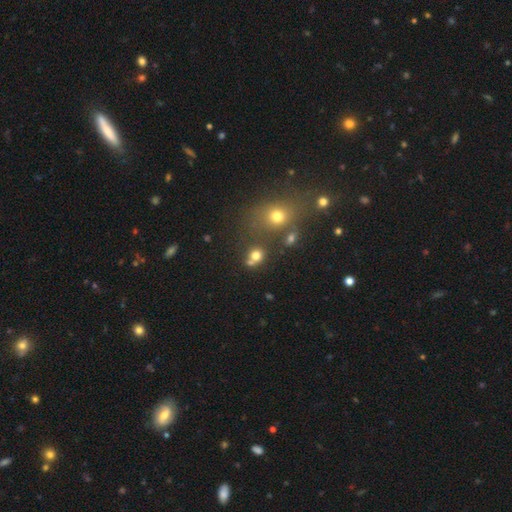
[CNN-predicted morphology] Smooth or featured? Predicted: smooth (p=0.74). How rounded? Predicted: round (p=0.73). Merging? Predicted: none (p=0.51).